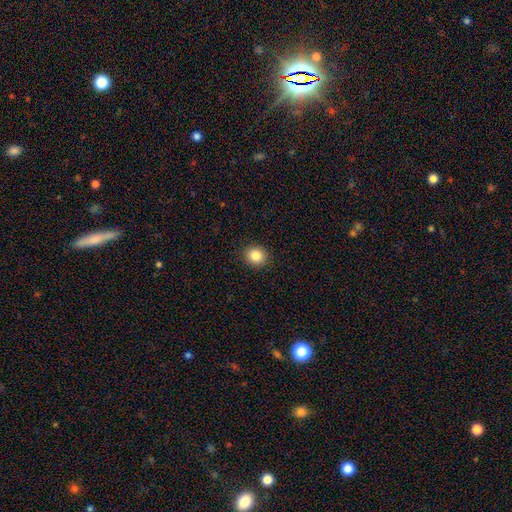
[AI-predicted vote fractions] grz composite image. It shows a smooth galaxy with no disk features (85%) that is round (79%). Merging: none (92%).